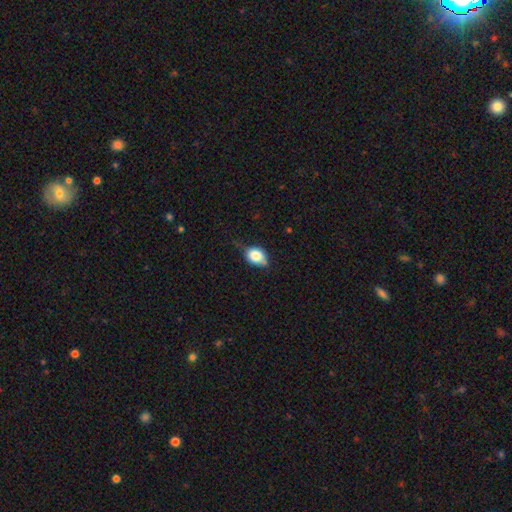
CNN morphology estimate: Q: Smooth or featured?
A: smooth (78%); runner-up: featured or disk (13%)
Q: How rounded?
A: in between (59%); runner-up: round (39%)
Q: Merging?
A: none (50%); runner-up: minor disturbance (37%)